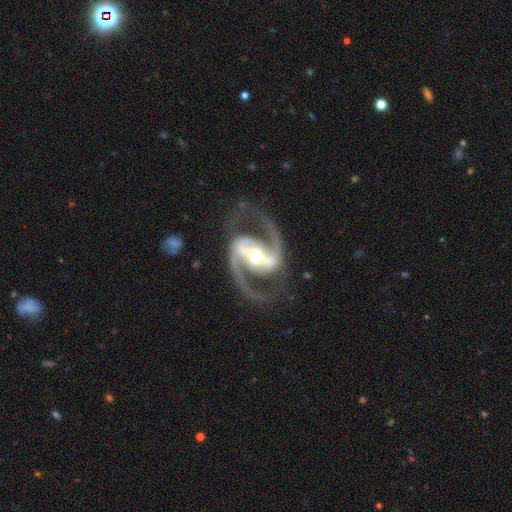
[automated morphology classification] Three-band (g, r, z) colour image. It shows a featured or disk galaxy (94%) with a strong bar (66%), 2 (95%) medium (66%) spiral arms (98%) and a moderate central bulge (69%). Merging: none (80%).